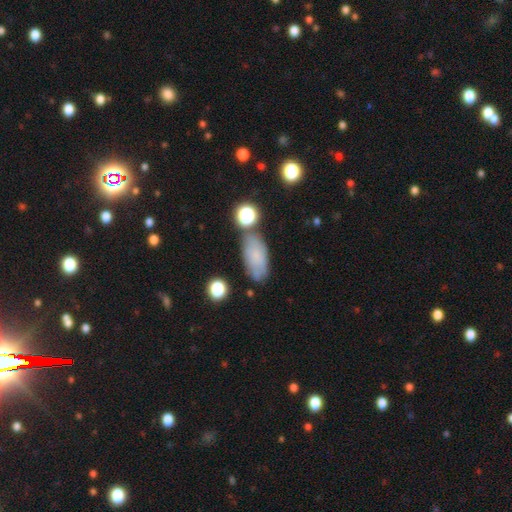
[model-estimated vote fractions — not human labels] A smooth galaxy with no disk features (65%) that is in between round and cigar-shaped (90%).

Vote fractions:
- Smooth or featured? smooth: 65% / featured or disk: 23% / star or artifact: 12%
- How rounded? in between: 90% / cigar-shaped: 6% / round: 5%
- Merging? none: 66% / minor disturbance: 20% / merger: 8% / major disturbance: 6%